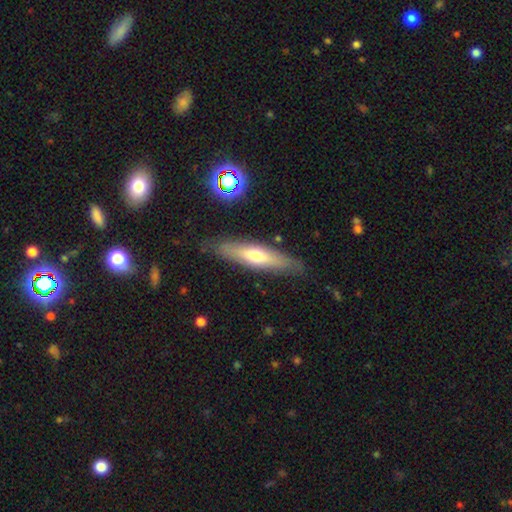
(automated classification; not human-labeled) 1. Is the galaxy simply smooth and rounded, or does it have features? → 50% smooth, 43% featured or disk, 7% star or artifact.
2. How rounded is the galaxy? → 75% cigar-shaped, 23% in between, 2% round.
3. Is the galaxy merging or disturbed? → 84% none, 12% minor disturbance, 3% major disturbance, 2% merger.